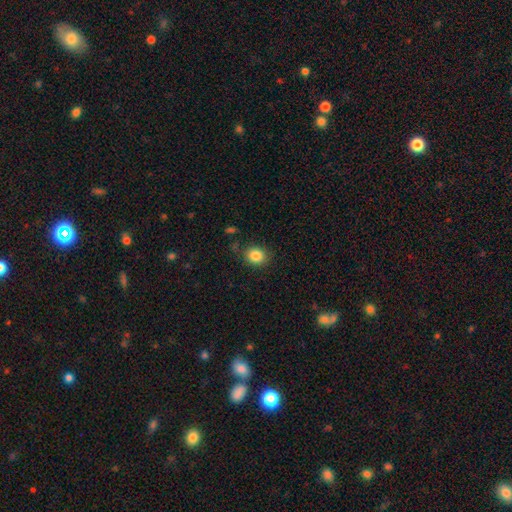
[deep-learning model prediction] Smooth or featured?
  - smooth: 85% *
  - star or artifact: 10%
  - featured or disk: 5%
How rounded?
  - round: 70% *
  - in between: 29%
  - cigar-shaped: 1%
Merging?
  - none: 83% *
  - minor disturbance: 11%
  - major disturbance: 3%
  - merger: 2%